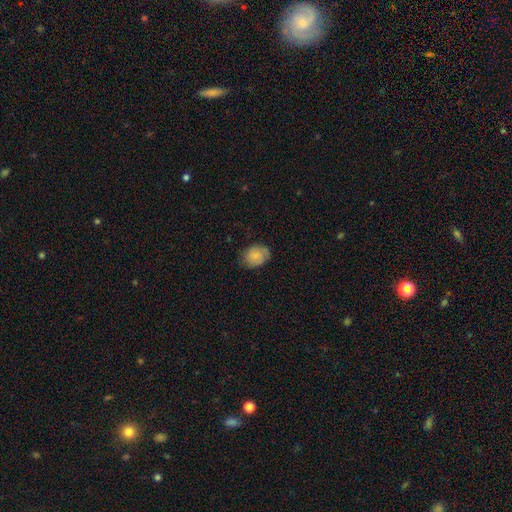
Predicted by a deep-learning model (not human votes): This appears to be a smooth galaxy with no disk features (74%) that is in between round and cigar-shaped (63%). Merging: none (73%).